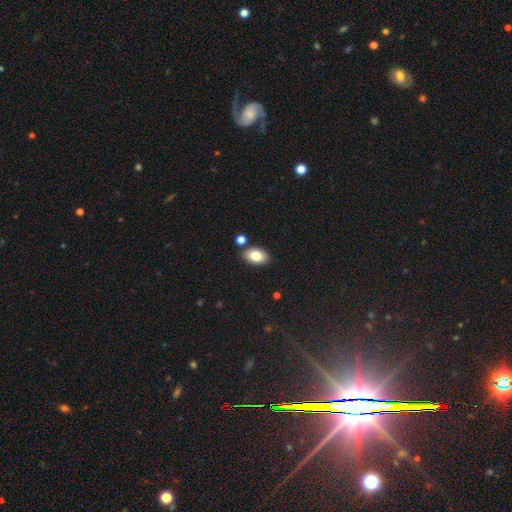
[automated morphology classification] smooth 81%, featured or disk 11%, star or artifact 8%. Down the decision tree: how rounded — in between (91%); merging — none (82%).